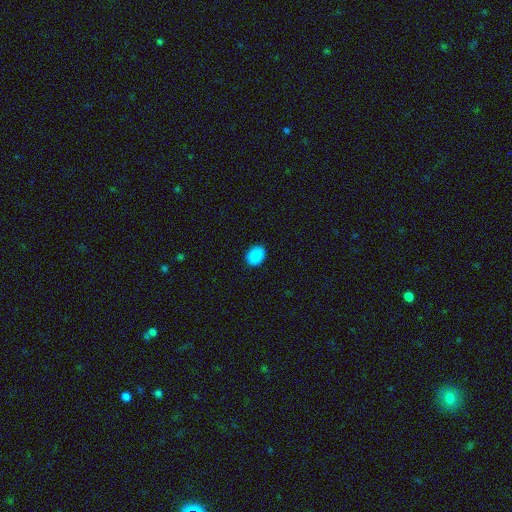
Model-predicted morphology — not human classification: smooth_or_featured: smooth (p=0.89) [alt: star or artifact p=0.08]
how_rounded: in between (p=0.61) [alt: round p=0.39]
merging: none (p=0.90) [alt: minor disturbance p=0.07]